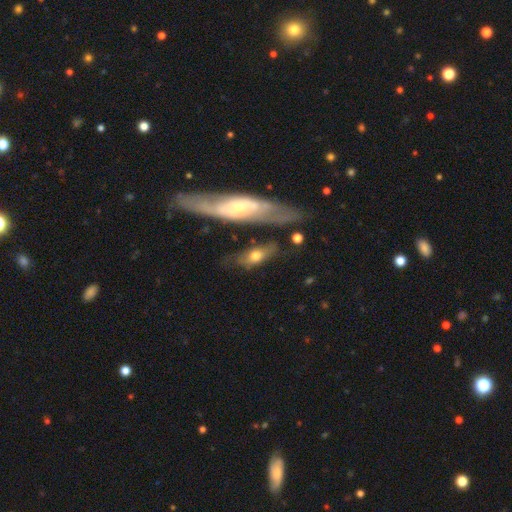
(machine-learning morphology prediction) Overall: smooth (54%; featured or disk 39%). How rounded: in between (60%; cigar-shaped 33%). Merging: none (55%; minor disturbance 21%).